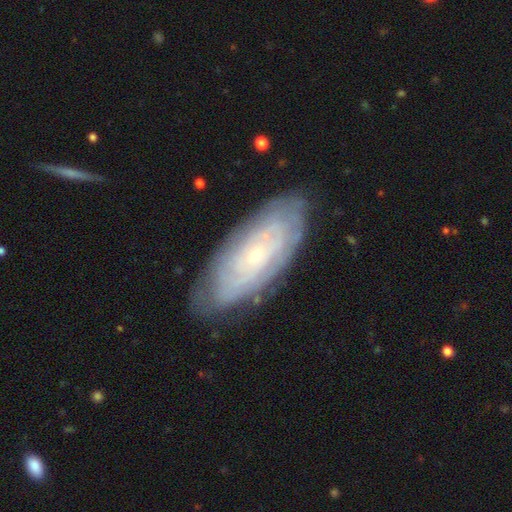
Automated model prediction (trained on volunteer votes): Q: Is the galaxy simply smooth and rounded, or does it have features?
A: featured or disk — 70%.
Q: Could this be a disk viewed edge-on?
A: no — 88%.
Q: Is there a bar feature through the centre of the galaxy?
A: no — 82%.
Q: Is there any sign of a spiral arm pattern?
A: yes — 83%.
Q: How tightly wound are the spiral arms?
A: tight — 81%.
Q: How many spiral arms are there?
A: can't tell — 66%.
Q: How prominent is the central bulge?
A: small — 81%.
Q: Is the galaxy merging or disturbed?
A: none — 79%.